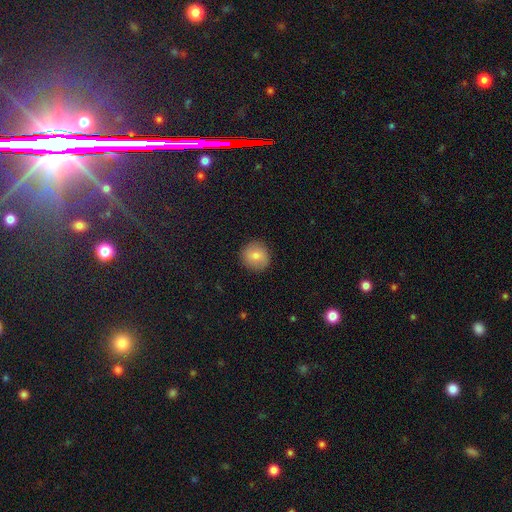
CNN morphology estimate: Overall: smooth (78%). How rounded: round (92%). Merging: none (90%).